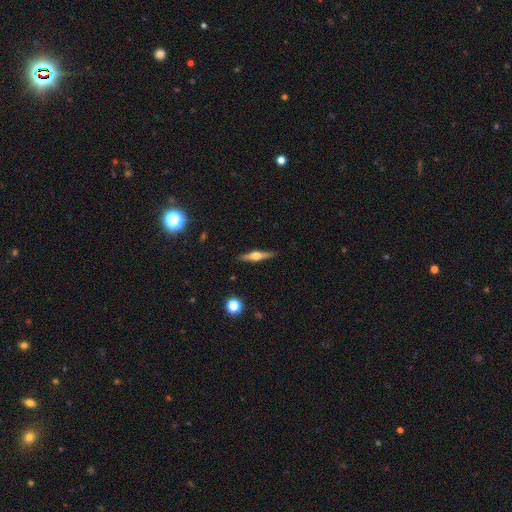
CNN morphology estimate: A featured or disk galaxy (69%) viewed edge-on (97%) with a rounded central bulge (92%). Merging: none (90%).